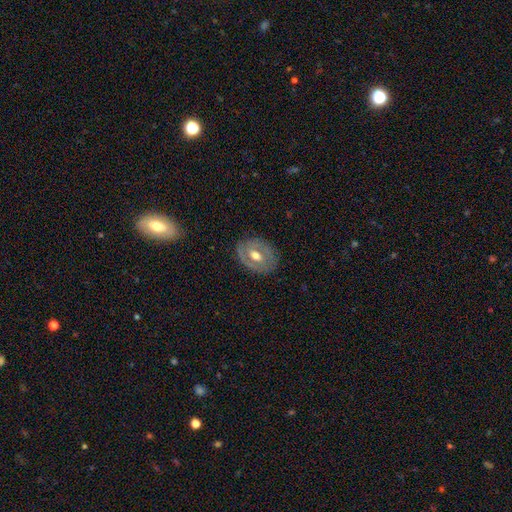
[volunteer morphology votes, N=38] Overall: featured or disk (66%; smooth 29%). Edge-on disk: no (88%). Bar: weak (45%, tied with no). Spiral arms: no (68%; yes 32%). Bulge size: moderate (68%; large 32%). Merging: none (69%).